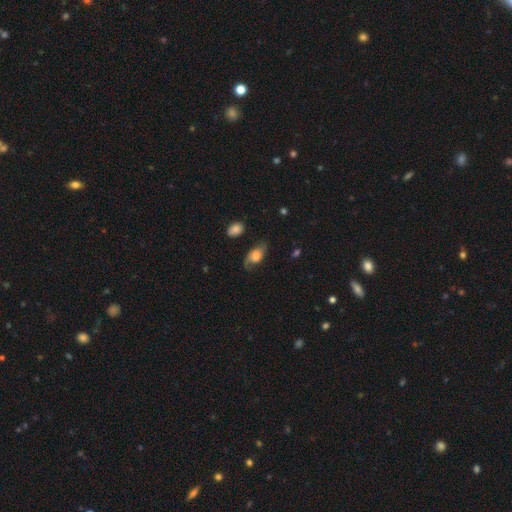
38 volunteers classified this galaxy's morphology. Smooth or featured: featured or disk — 53% (smooth — 45%)
Edge-on disk: no — 85% (yes — 15%)
Bar: no — 82% (weak — 12%)
Spiral arms: yes — 76% (no — 24%)
Spiral winding: loose — 54% (medium — 38%)
Spiral arm count: 2 — 54% (1 — 31%)
Bulge size: moderate — 41% (large — 35%)
Merging: none — 54% (minor disturbance — 27%)